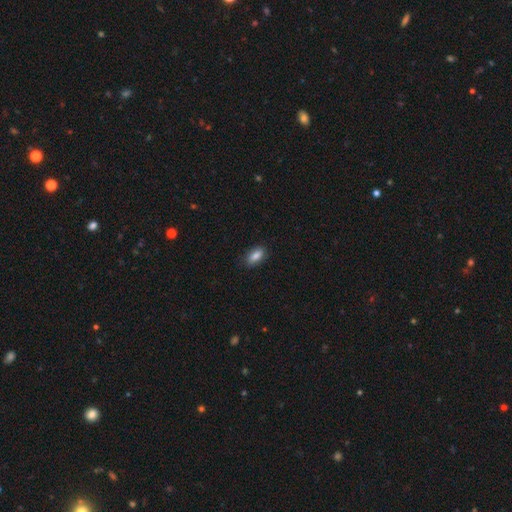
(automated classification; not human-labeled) A smooth galaxy with no disk features (85%) that is in between round and cigar-shaped (88%). Merging: none (83%).